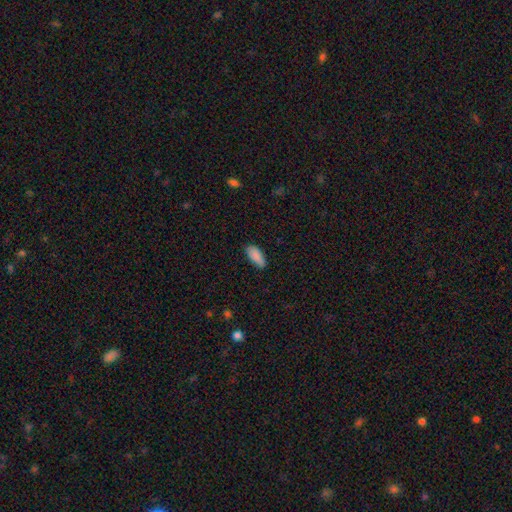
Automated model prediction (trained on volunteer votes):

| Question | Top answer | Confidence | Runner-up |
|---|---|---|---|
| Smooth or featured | smooth | 88% | star or artifact (7%) |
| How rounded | in between | 83% | cigar-shaped (15%) |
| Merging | none | 77% | minor disturbance (19%) |